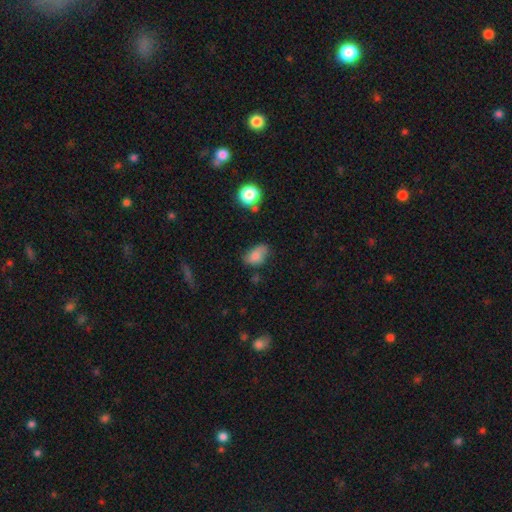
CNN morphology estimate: smooth-or-featured: smooth: 73% | featured or disk: 17% | star or artifact: 10%
  how-rounded: in between: 85% | round: 13% | cigar-shaped: 2%
  merging: none: 55% | minor disturbance: 33% | major disturbance: 9% | merger: 4%